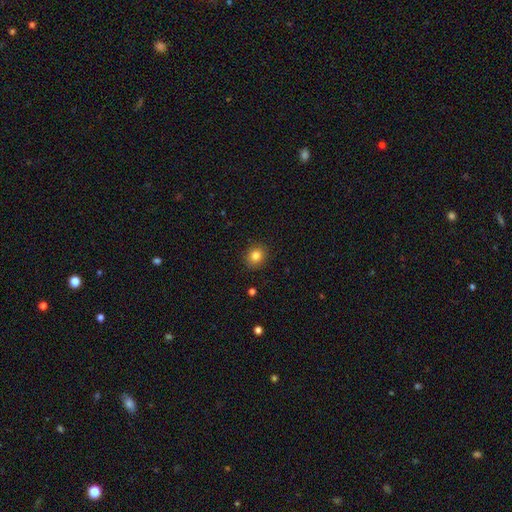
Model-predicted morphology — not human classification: A smooth galaxy with no disk features (83%) that is round (73%).

Vote fractions:
- Smooth or featured? smooth: 83% / star or artifact: 11% / featured or disk: 6%
- How rounded? round: 73% / in between: 27% / cigar-shaped: 1%
- Merging? none: 90% / minor disturbance: 7% / major disturbance: 2% / merger: 1%